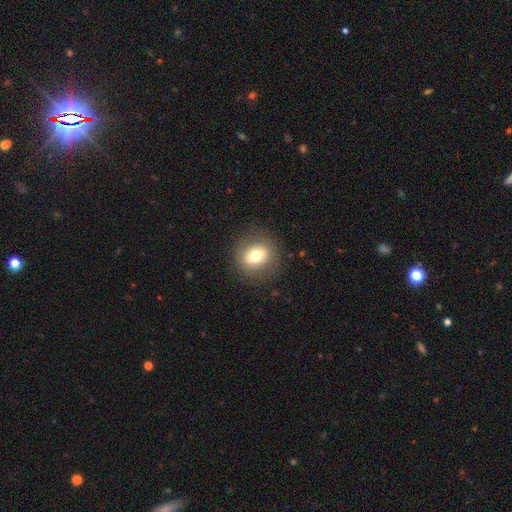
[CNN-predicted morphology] Smooth or featured? smooth (68%)
How rounded? round (70%)
Merging? none (86%)